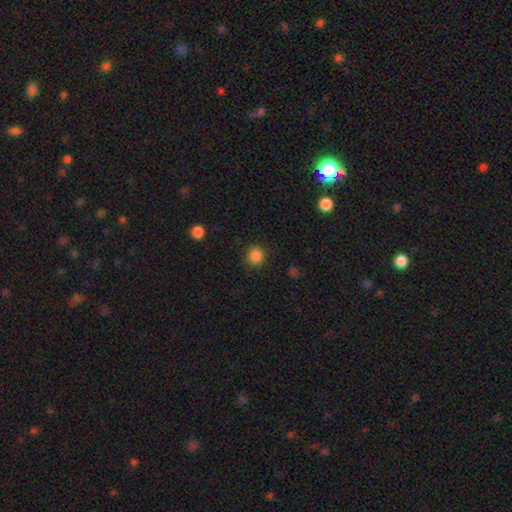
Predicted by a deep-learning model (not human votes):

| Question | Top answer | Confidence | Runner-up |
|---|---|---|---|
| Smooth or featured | smooth | 86% | star or artifact (11%) |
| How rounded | round | 92% | in between (7%) |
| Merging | none | 90% | minor disturbance (7%) |